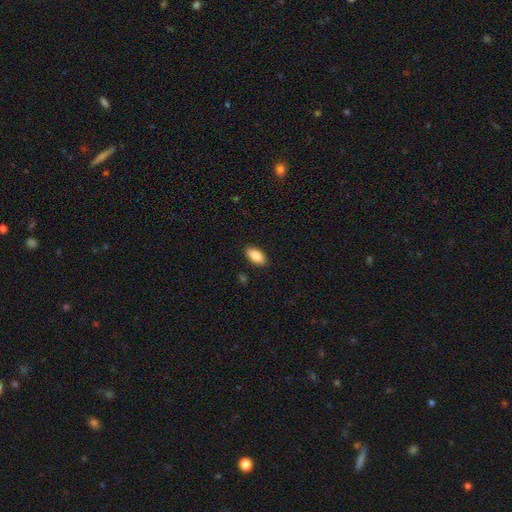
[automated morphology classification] This is clearly a smooth galaxy (88%). How rounded: clearly in between (91%). Merging: clearly none (89%).